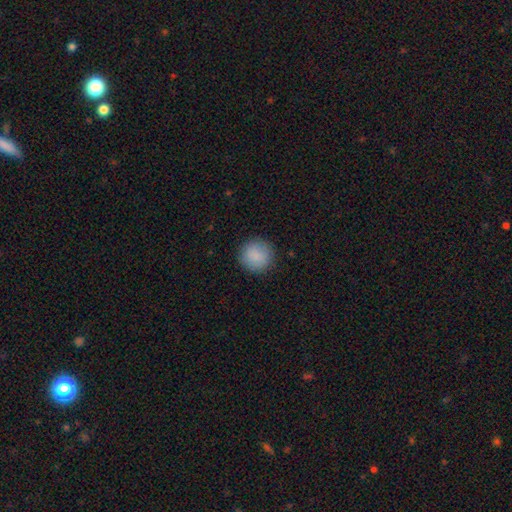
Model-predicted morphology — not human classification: Smooth or featured: smooth — 88% (star or artifact — 8%)
How rounded: round — 94% (in between — 5%)
Merging: none — 90% (minor disturbance — 7%)